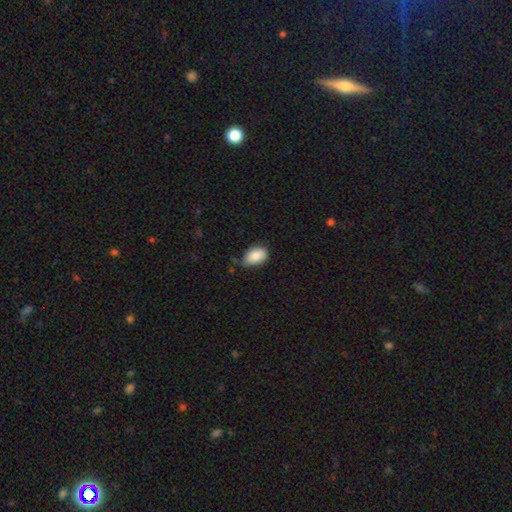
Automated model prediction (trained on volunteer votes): Overall: smooth (86%). How rounded: in between (90%). Merging: none (58%; minor disturbance 34%).